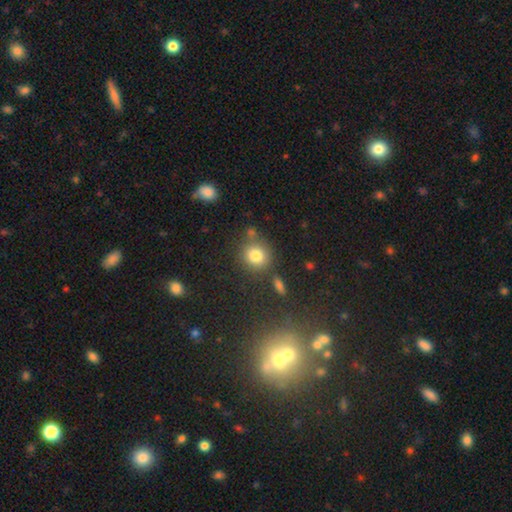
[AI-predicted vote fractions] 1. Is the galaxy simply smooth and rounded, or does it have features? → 80% smooth, 12% star or artifact, 7% featured or disk.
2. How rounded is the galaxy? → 83% round, 16% in between, 1% cigar-shaped.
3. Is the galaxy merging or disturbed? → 72% none, 13% minor disturbance, 11% merger, 5% major disturbance.